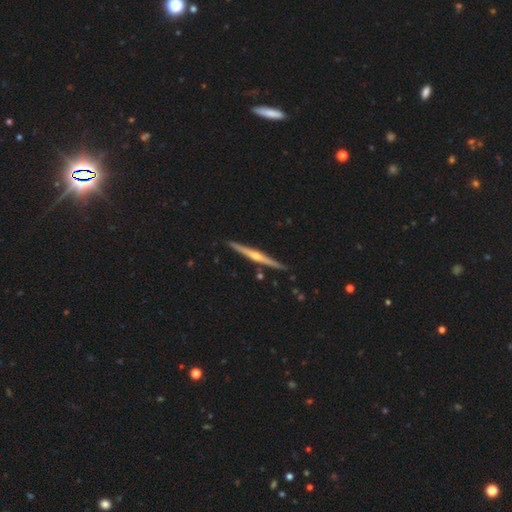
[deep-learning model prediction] Smooth or featured? featured or disk (82%)
Edge-on disk? yes (98%)
Edge-on bulge? rounded (86%)
Merging? none (91%)